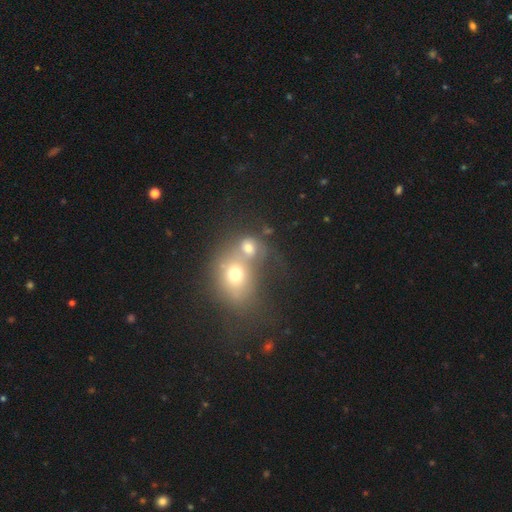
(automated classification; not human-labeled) A smooth galaxy with no disk features (60%) that is round (61%). Merging: merger (66%).